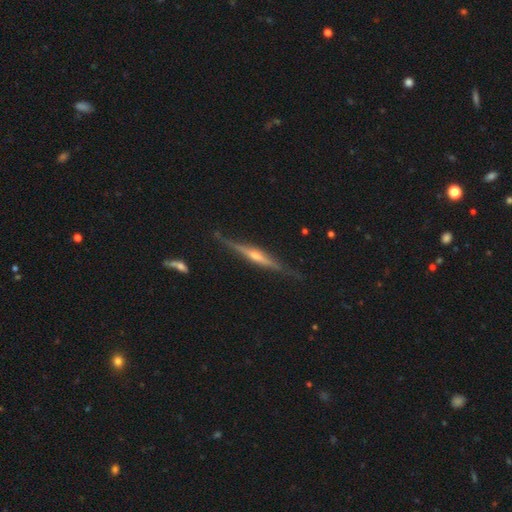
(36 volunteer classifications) A featured or disk galaxy (83%) viewed edge-on (97%) with a rounded central bulge (93%).

Vote fractions:
- Smooth or featured? featured or disk: 83% / smooth: 17% / star or artifact: 0%
- Edge-on disk? yes: 97% / no: 3%
- Edge-on bulge? rounded: 93% / boxy: 3% / none: 3%
- Merging? none: 83% / minor disturbance: 11% / major disturbance: 6% / merger: 0%